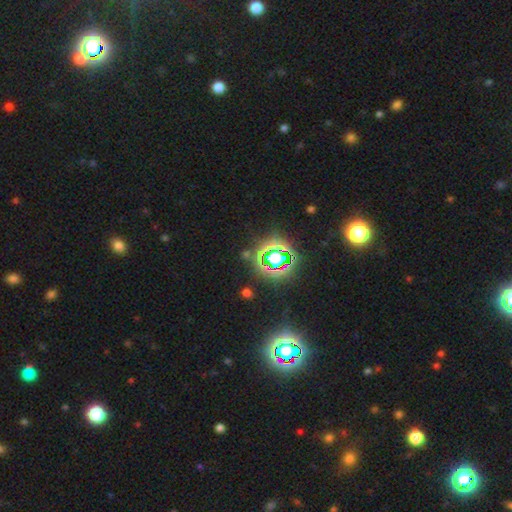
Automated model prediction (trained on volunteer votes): Smooth or featured? star or artifact (76%)